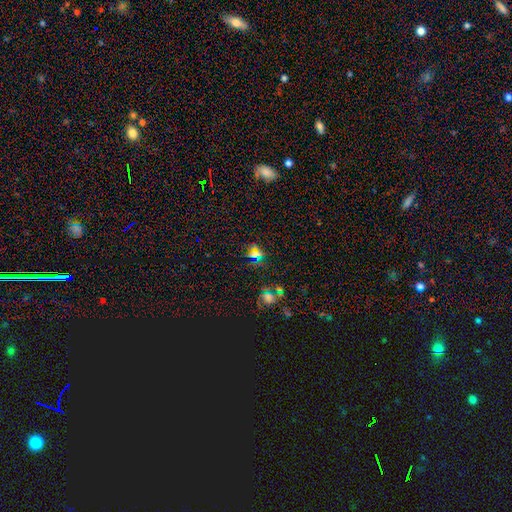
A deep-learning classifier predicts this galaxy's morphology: Q: Smooth or featured?
A: star or artifact (55%); runner-up: smooth (33%)